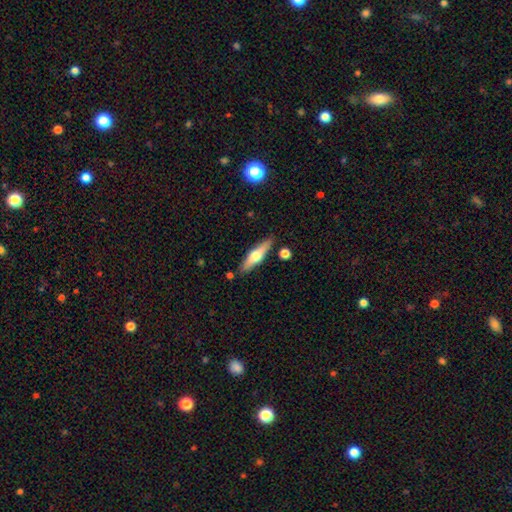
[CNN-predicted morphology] Smooth or featured: featured or disk — 49% (smooth — 45%)
Merging: none — 85% (minor disturbance — 9%)